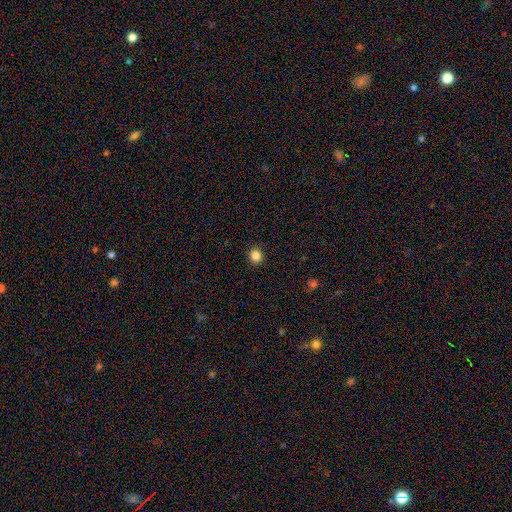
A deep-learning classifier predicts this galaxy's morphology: smooth_or_featured: smooth (p=0.85) [alt: star or artifact p=0.11]
how_rounded: round (p=0.86) [alt: in between p=0.13]
merging: none (p=0.92) [alt: minor disturbance p=0.06]